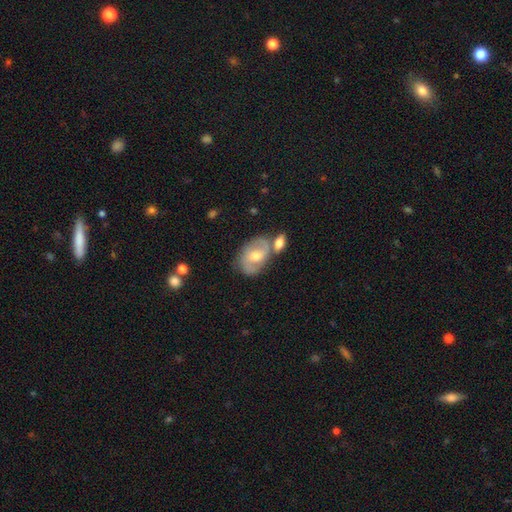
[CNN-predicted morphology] A featured or disk galaxy (67%) with no bar (48%), 2 (84%) medium (51%) spiral arms (83%) and a moderate central bulge (69%). Merging: none (57%).